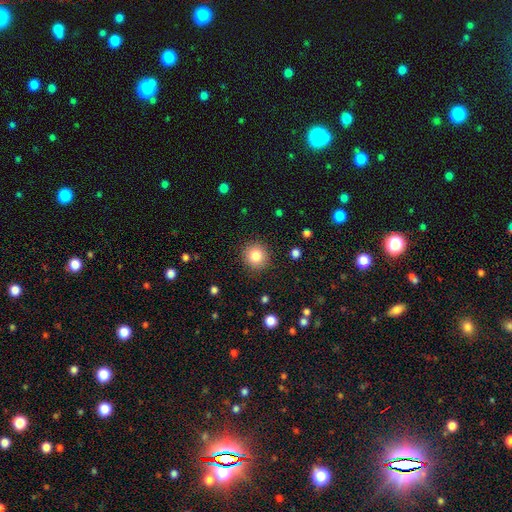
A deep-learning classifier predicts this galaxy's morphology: smooth-or-featured: smooth: 83% | star or artifact: 10% | featured or disk: 7%
  how-rounded: round: 92% | in between: 7% | cigar-shaped: 1%
  merging: none: 90% | minor disturbance: 7% | major disturbance: 2% | merger: 1%